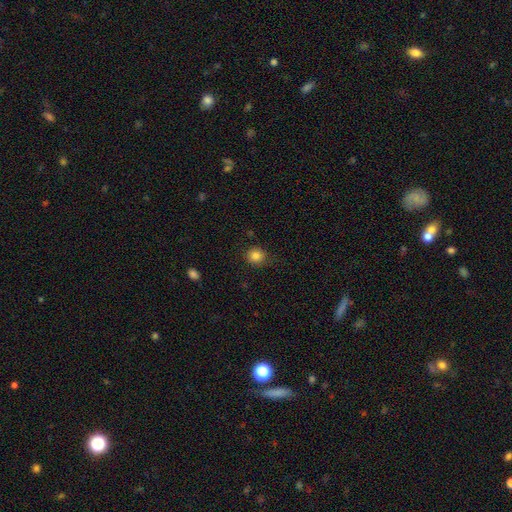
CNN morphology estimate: Q: Smooth or featured?
A: smooth (84%); runner-up: star or artifact (11%)
Q: How rounded?
A: round (83%); runner-up: in between (16%)
Q: Merging?
A: none (83%); runner-up: minor disturbance (12%)